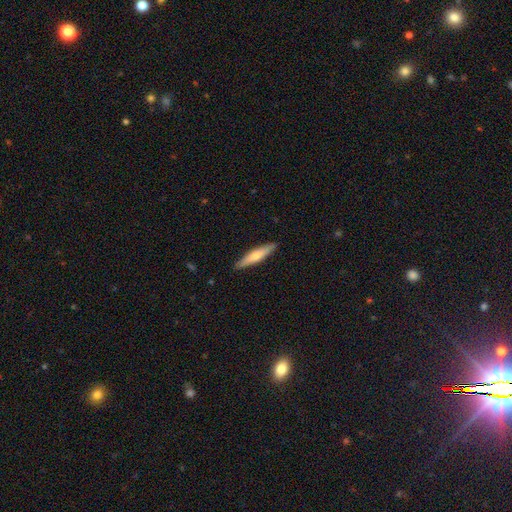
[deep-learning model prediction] Morphology: type=smooth (55%); roundness=cigar-shaped (86%); merging=none (90%).